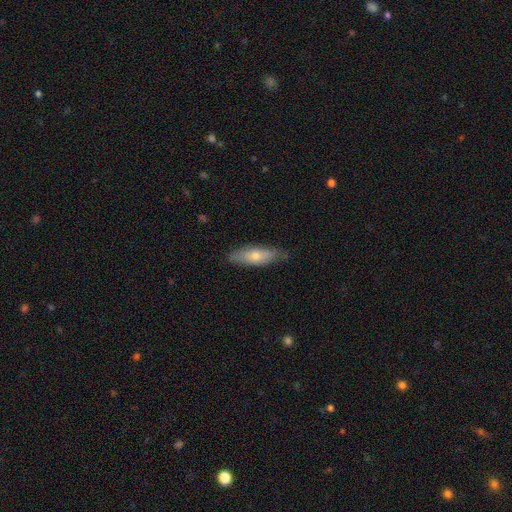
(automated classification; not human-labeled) smooth-or-featured: smooth: 60% | featured or disk: 34% | star or artifact: 6%
  how-rounded: in between: 49% | cigar-shaped: 48% | round: 2%
  merging: none: 80% | minor disturbance: 16% | major disturbance: 2% | merger: 1%